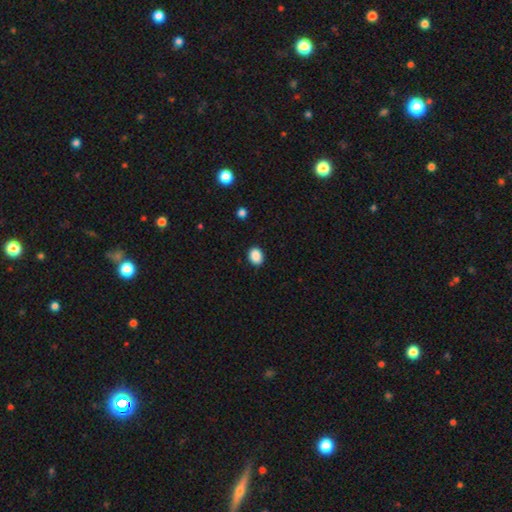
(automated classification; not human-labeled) A smooth galaxy with no disk features (89%) that is in between round and cigar-shaped (58%).

Vote fractions:
- Smooth or featured? smooth: 89% / star or artifact: 9% / featured or disk: 3%
- How rounded? in between: 58% / round: 41% / cigar-shaped: 1%
- Merging? none: 89% / minor disturbance: 8% / major disturbance: 2% / merger: 1%